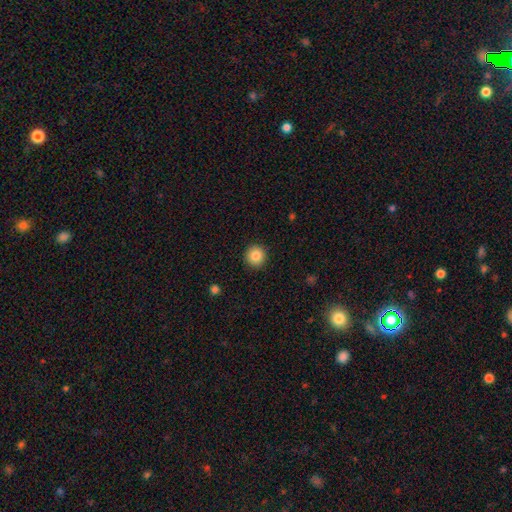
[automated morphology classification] Smooth or featured? Predicted: smooth (p=0.85). How rounded? Predicted: round (p=0.94). Merging? Predicted: none (p=0.92).